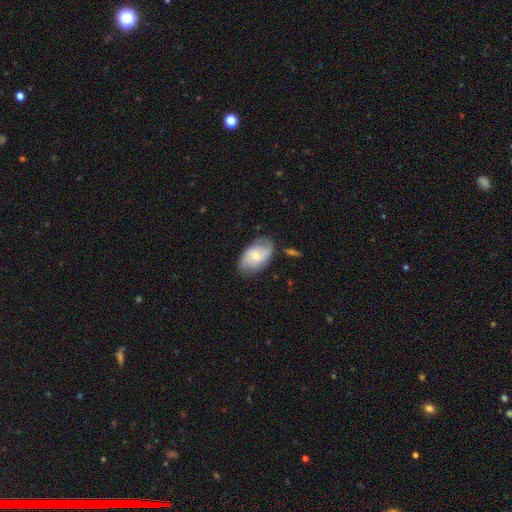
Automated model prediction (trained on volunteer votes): A featured or disk galaxy (56%) with no bar (70%), spiral arms (78%) and a moderate central bulge (53%). Merging: none (72%).